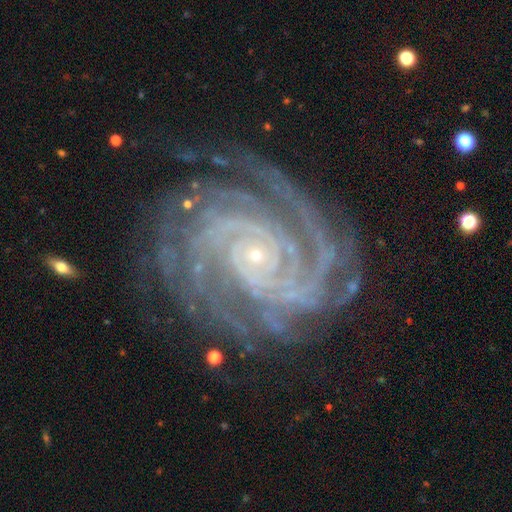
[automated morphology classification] Smooth or featured: featured or disk — 92% (star or artifact — 5%)
Edge-on disk: no — 98% (yes — 2%)
Bar: no — 68% (weak — 20%)
Spiral arms: yes — 99% (no — 1%)
Spiral winding: tight — 81% (medium — 17%)
Spiral arm count: 4 — 22% (more than 4 — 19%)
Bulge size: small — 88% (moderate — 8%)
Merging: none — 78% (minor disturbance — 15%)